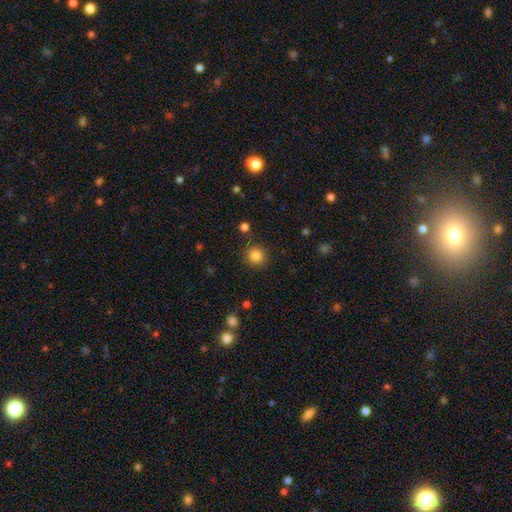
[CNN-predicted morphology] This is clearly a smooth galaxy (84%). How rounded: clearly round (93%). Merging: clearly none (88%).